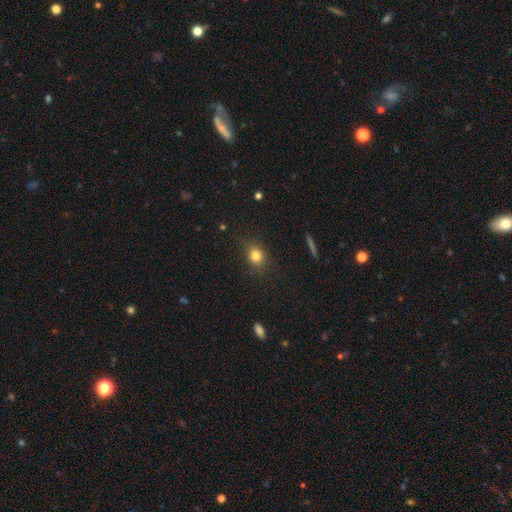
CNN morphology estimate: Smooth or featured: smooth — 81% (star or artifact — 12%)
How rounded: round — 67% (in between — 31%)
Merging: none — 81% (minor disturbance — 14%)